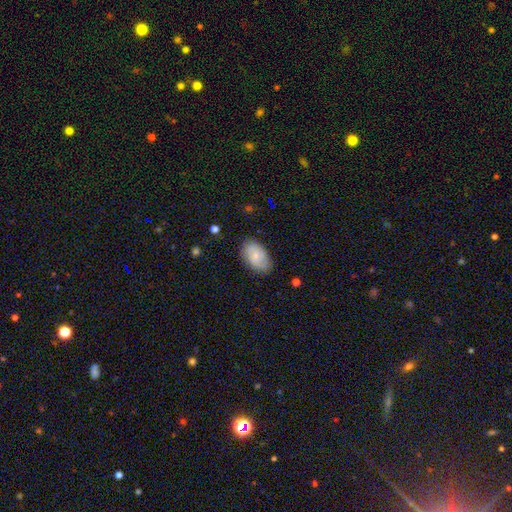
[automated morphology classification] smooth 60%, featured or disk 33%, star or artifact 7%. Down the decision tree: how rounded — in between (91%); merging — none (77%).